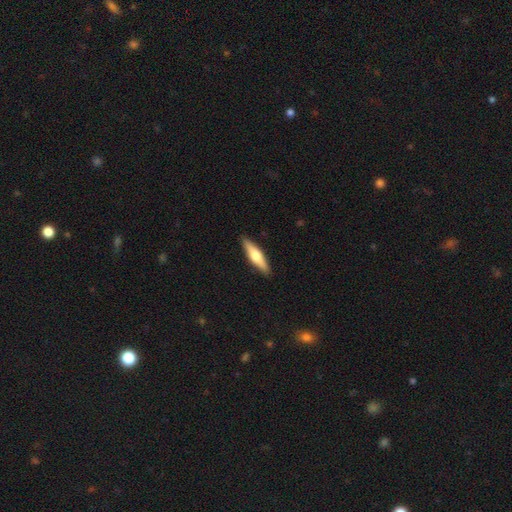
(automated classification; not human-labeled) This is possibly a featured or disk galaxy (48%). Merging: clearly none (91%).